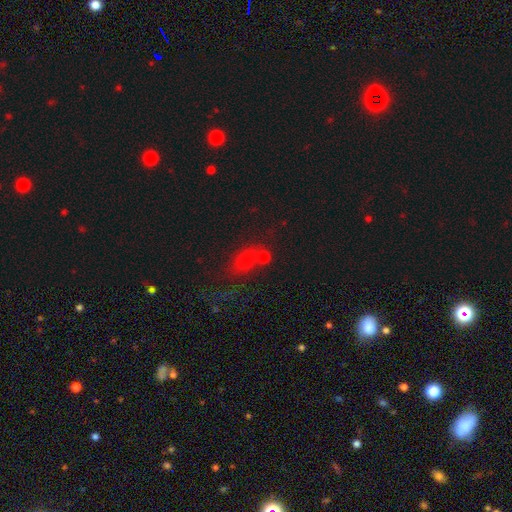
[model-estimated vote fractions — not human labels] Morphology: type=star or artifact (43%).